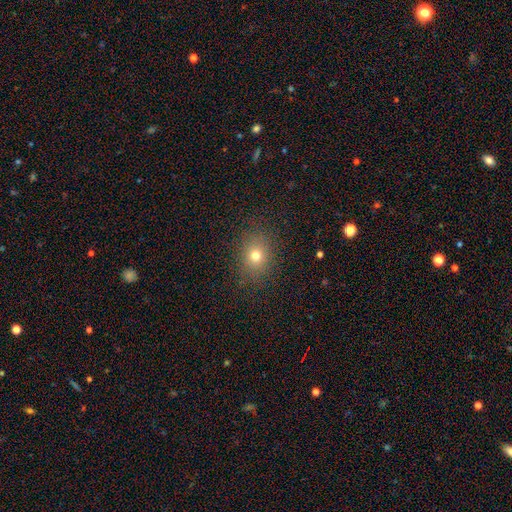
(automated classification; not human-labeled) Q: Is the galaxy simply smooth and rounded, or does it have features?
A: smooth — 74%.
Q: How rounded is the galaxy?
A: round — 62%.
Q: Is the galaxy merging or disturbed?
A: none — 87%.